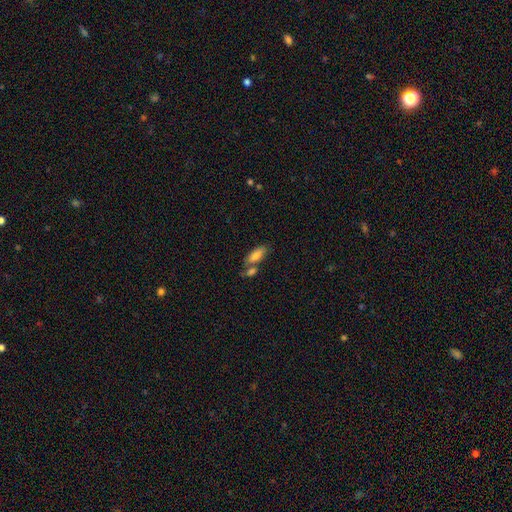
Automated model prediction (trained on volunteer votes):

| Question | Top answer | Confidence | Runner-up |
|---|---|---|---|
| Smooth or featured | smooth | 77% | featured or disk (16%) |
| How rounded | in between | 77% | cigar-shaped (21%) |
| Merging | none | 52% | merger (30%) |